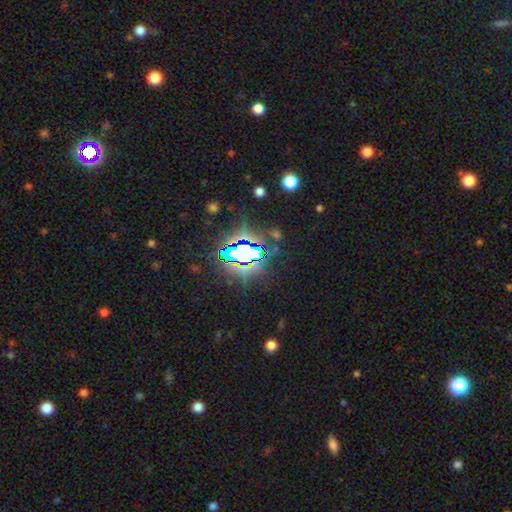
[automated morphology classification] Smooth or featured: star or artifact — 83% (smooth — 10%)